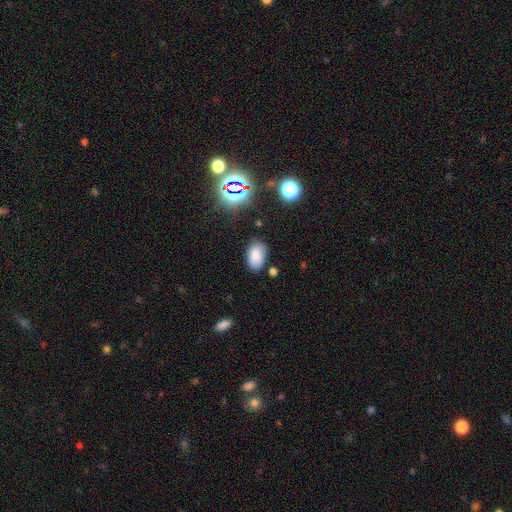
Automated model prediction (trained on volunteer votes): This is clearly a smooth galaxy (81%). How rounded: clearly in between (92%). Merging: likely none (77%).